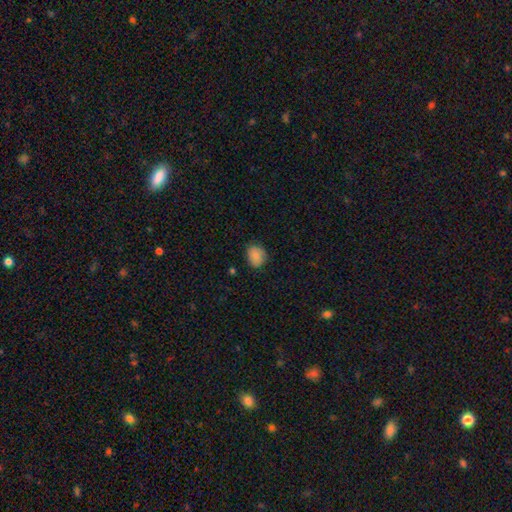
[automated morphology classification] A smooth galaxy with no disk features (86%) that is round (51%).

Vote fractions:
- Smooth or featured? smooth: 86% / star or artifact: 9% / featured or disk: 6%
- How rounded? round: 51% / in between: 48% / cigar-shaped: 1%
- Merging? none: 76% / minor disturbance: 19% / major disturbance: 4% / merger: 1%